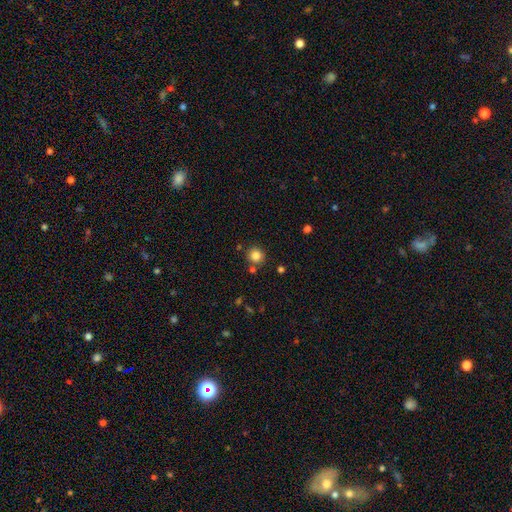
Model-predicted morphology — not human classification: smooth-or-featured: smooth: 83% | star or artifact: 11% | featured or disk: 5%
  how-rounded: round: 93% | in between: 6% | cigar-shaped: 1%
  merging: none: 83% | minor disturbance: 8% | merger: 7% | major disturbance: 2%